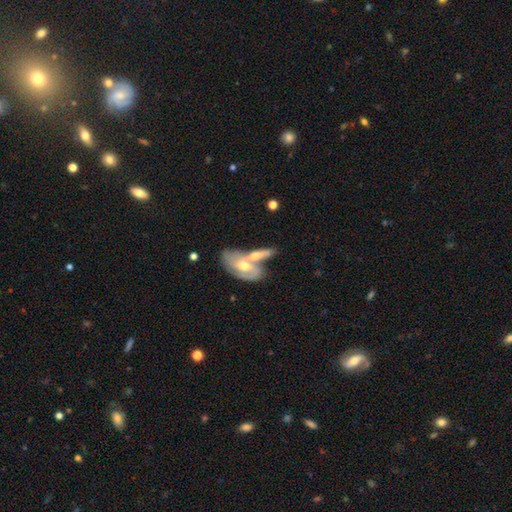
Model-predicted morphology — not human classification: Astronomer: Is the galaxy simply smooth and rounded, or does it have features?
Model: featured or disk — 57% (runner-up: smooth, 38%).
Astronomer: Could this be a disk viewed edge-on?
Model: no — 78%.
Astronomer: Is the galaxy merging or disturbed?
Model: merger — 56%.